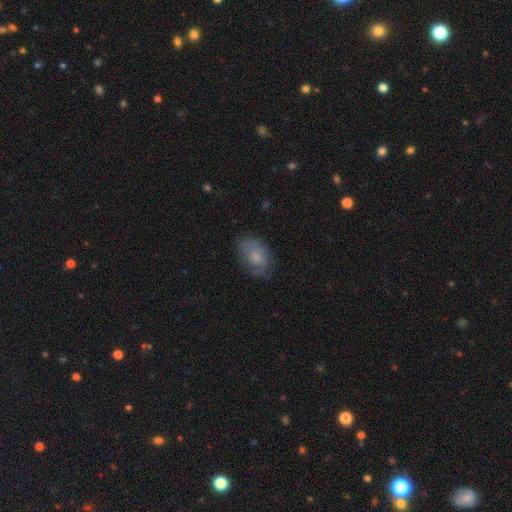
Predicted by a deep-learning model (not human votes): A smooth galaxy with no disk features (63%) that is in between round and cigar-shaped (81%). Merging: none (64%).